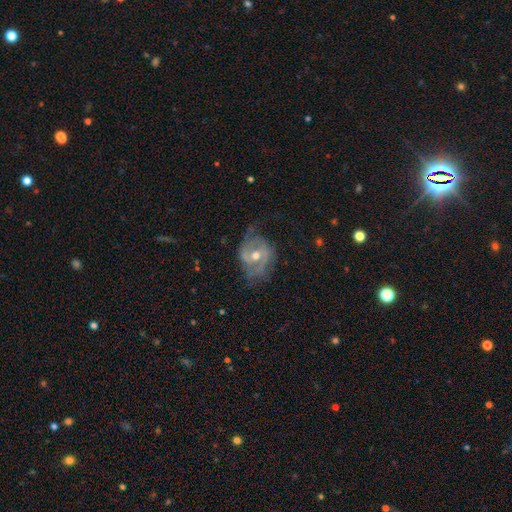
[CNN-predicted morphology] This is likely a featured or disk galaxy (78%). It is clearly not viewed edge-on (96%). Bar: marginally no (43%). Spiral arm pattern: likely yes (80%). Spiral arm count: likely 2 (67%). Spiral winding: marginally medium (41%). Central bulge: likely moderate (74%). Merging: possibly none (56%).